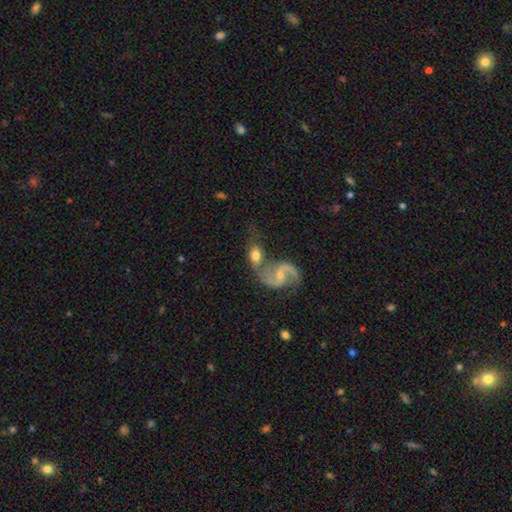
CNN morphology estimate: Smooth or featured?
  - featured or disk: 55% *
  - smooth: 38%
  - star or artifact: 7%
Edge-on disk?
  - no: 95% *
  - yes: 5%
Bar?
  - no: 45% *
  - weak: 43%
  - strong: 12%
Spiral arms?
  - yes: 86% *
  - no: 14%
Bulge size?
  - small: 44% *
  - moderate: 39%
  - large: 8%
  - none: 7%
  - dominant: 2%
Merging?
  - merger: 44% *
  - none: 36%
  - minor disturbance: 13%
  - major disturbance: 7%